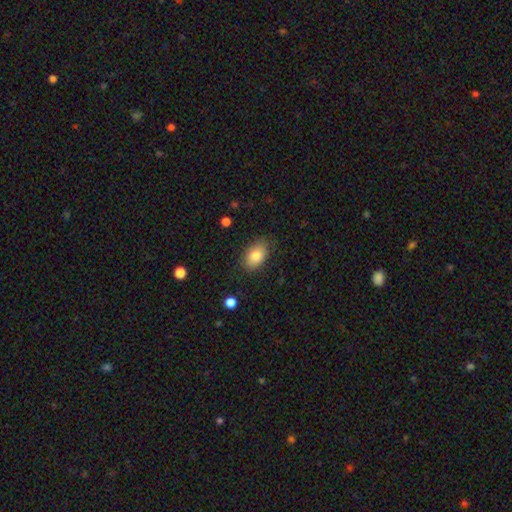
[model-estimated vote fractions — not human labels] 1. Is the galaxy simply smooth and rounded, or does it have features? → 83% smooth, 9% featured or disk, 8% star or artifact.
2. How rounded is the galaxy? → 88% in between, 11% round, 1% cigar-shaped.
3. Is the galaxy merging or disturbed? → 82% none, 14% minor disturbance, 3% major disturbance, 1% merger.